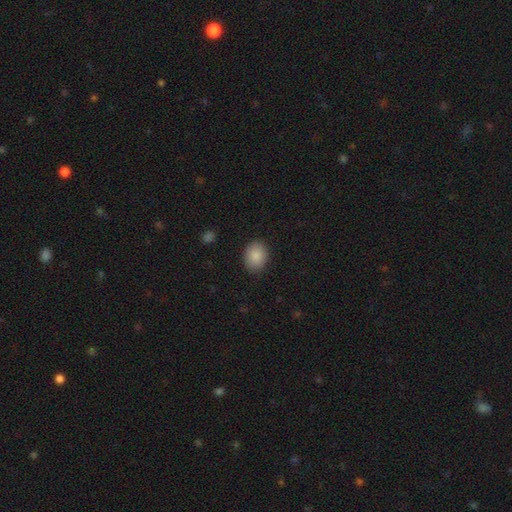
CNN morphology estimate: smooth-or-featured: smooth: 88% | star or artifact: 7% | featured or disk: 5%
  how-rounded: in between: 62% | round: 37% | cigar-shaped: 1%
  merging: none: 88% | minor disturbance: 9% | major disturbance: 2% | merger: 1%